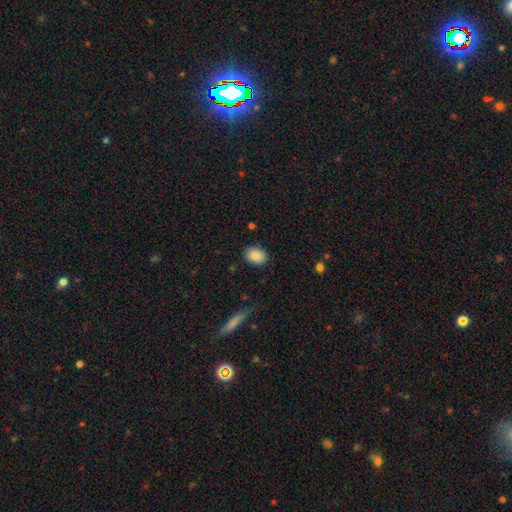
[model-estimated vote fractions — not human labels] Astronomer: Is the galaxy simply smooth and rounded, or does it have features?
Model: smooth — 88%.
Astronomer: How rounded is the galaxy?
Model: in between — 70%.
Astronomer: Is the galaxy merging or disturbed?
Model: none — 87%.